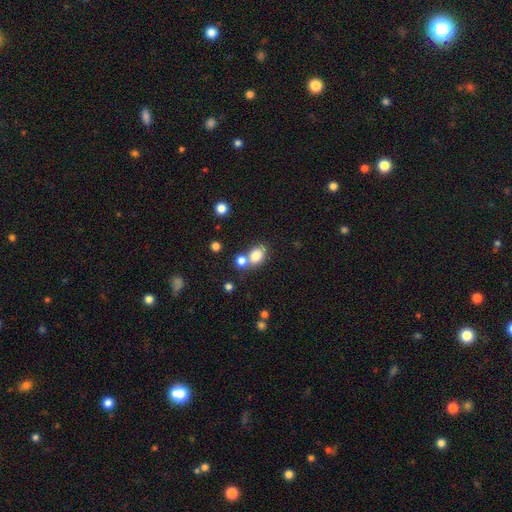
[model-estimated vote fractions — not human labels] smooth_or_featured: smooth (p=0.81) [alt: star or artifact p=0.10]
how_rounded: in between (p=0.69) [alt: round p=0.30]
merging: none (p=0.49) [alt: merger p=0.36]